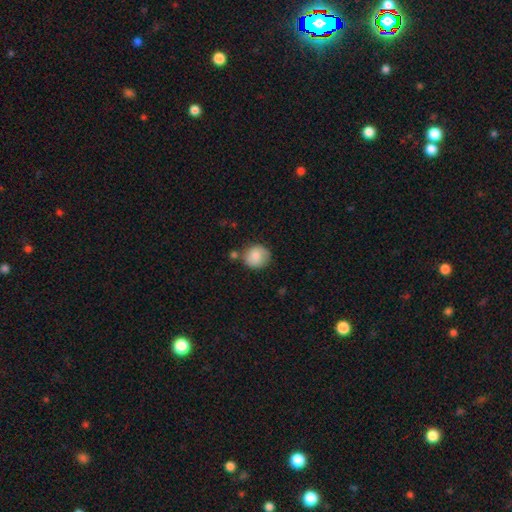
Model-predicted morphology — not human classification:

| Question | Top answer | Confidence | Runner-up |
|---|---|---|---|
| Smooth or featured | smooth | 83% | featured or disk (10%) |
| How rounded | round | 83% | in between (16%) |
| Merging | none | 70% | minor disturbance (17%) |